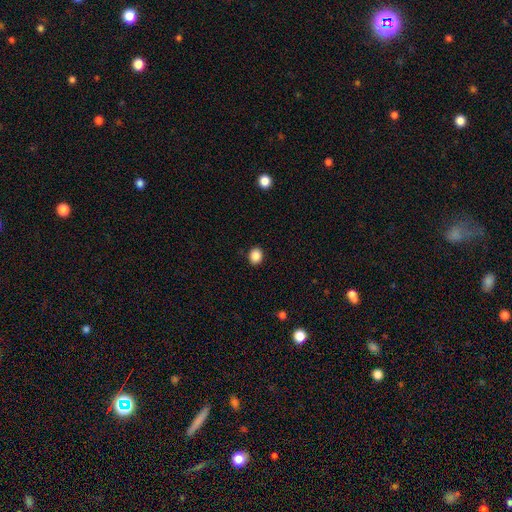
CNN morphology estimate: A smooth galaxy with no disk features (88%) that is round (62%).

Vote fractions:
- Smooth or featured? smooth: 88% / star or artifact: 9% / featured or disk: 3%
- How rounded? round: 62% / in between: 38% / cigar-shaped: 1%
- Merging? none: 90% / minor disturbance: 7% / major disturbance: 2% / merger: 1%